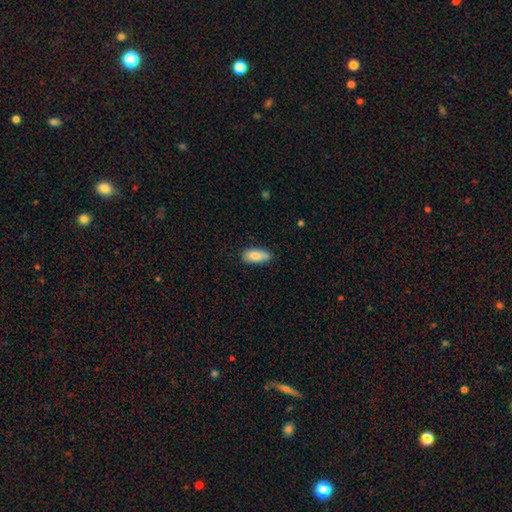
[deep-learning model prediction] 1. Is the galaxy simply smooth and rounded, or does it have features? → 84% smooth, 9% featured or disk, 7% star or artifact.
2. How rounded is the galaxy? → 81% in between, 17% cigar-shaped, 2% round.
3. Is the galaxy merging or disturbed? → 75% none, 20% minor disturbance, 3% major disturbance, 2% merger.